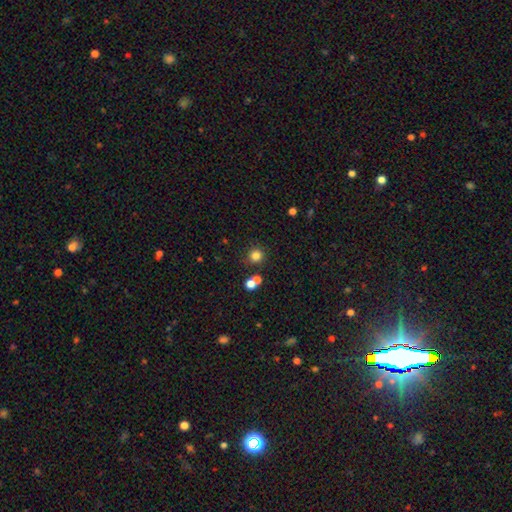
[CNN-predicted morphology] This is clearly a smooth galaxy (80%). How rounded: clearly round (93%). Merging: clearly none (80%).